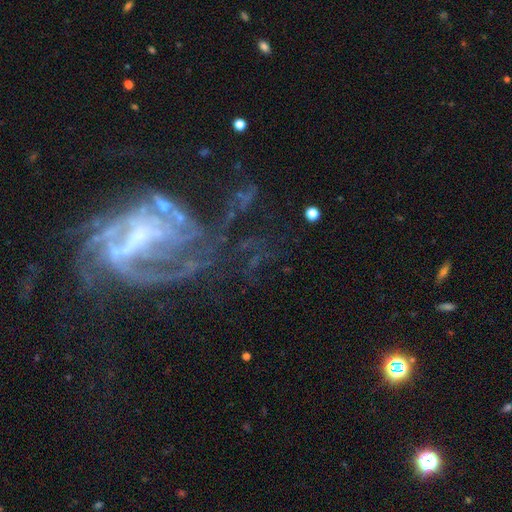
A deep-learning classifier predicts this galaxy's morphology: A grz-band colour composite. It shows a featured or disk galaxy (76%) with a weak bar (37%), medium (39%) spiral arms (73%) and a small central bulge (34%). Merging: major disturbance (42%).